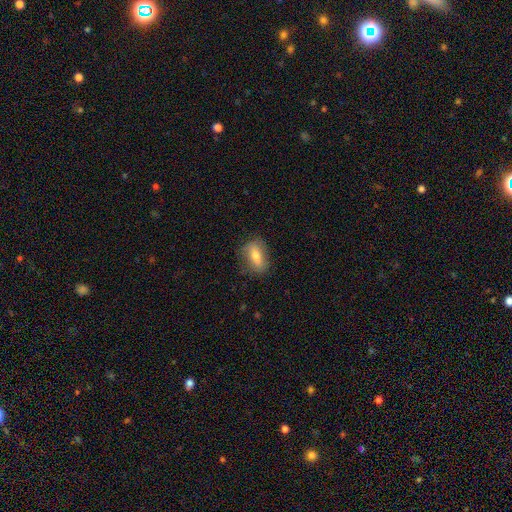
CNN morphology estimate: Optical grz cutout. It shows a smooth galaxy with no disk features (65%) that is in between round and cigar-shaped (77%). Merging: none (76%).